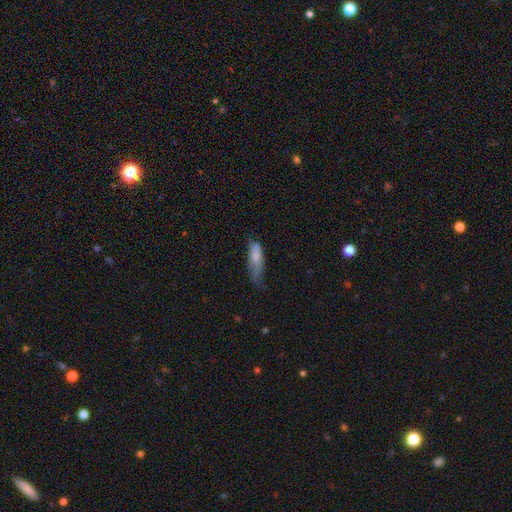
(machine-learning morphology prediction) This is likely a smooth galaxy (72%). How rounded: possibly in between (59%). Merging: marginally minor disturbance (39%).